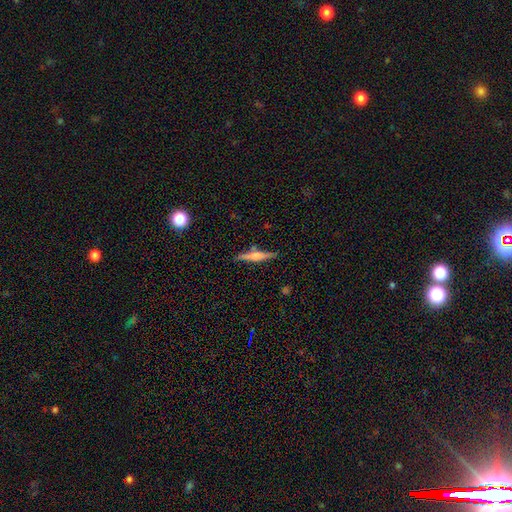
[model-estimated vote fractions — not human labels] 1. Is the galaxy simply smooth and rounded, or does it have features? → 53% featured or disk, 41% smooth, 7% star or artifact.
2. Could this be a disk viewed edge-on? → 97% yes, 3% no.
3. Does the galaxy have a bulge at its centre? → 71% rounded, 16% boxy, 13% none.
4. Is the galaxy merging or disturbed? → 85% none, 10% minor disturbance, 3% merger, 2% major disturbance.